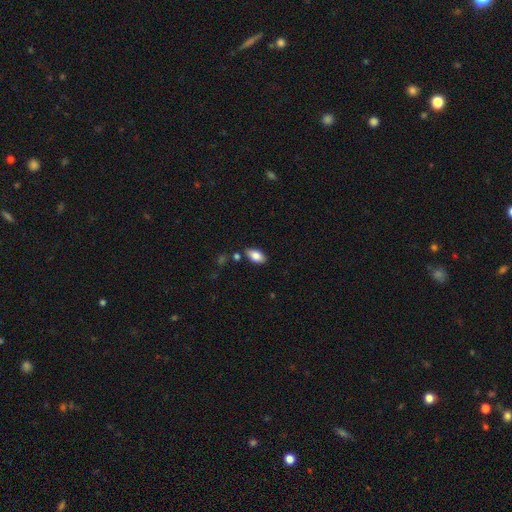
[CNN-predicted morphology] smooth 82%, featured or disk 10%, star or artifact 7%. Down the decision tree: how rounded — in between (92%); merging — none (81%).